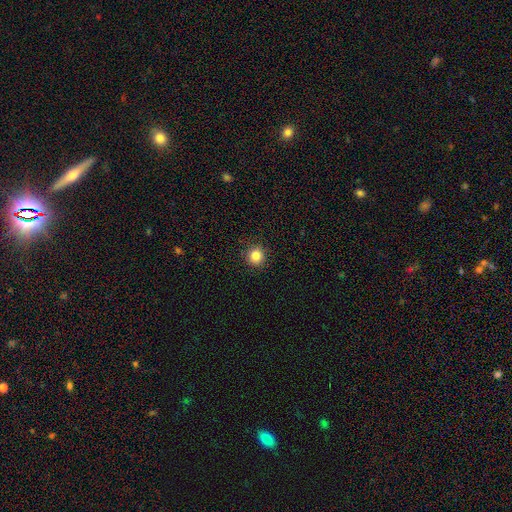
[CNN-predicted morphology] Smooth or featured? Predicted: smooth (p=0.84). How rounded? Predicted: round (p=0.94). Merging? Predicted: none (p=0.92).